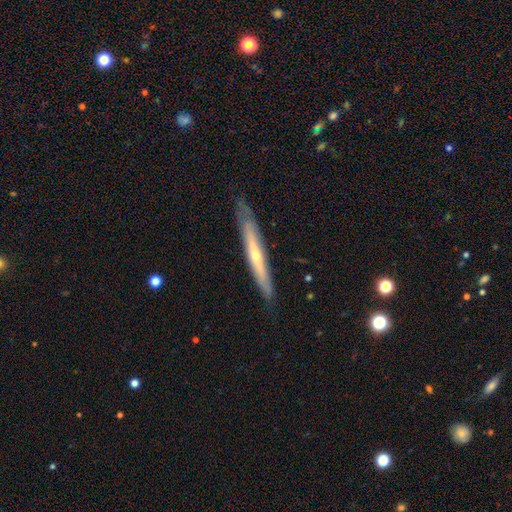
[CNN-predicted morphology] featured or disk 67%, smooth 27%, star or artifact 6%. Down the decision tree: edge-on disk — yes (88%); edge-on bulge — rounded (67%); merging — none (83%).